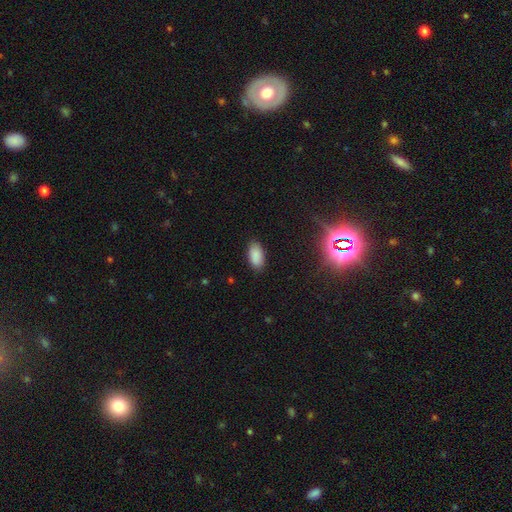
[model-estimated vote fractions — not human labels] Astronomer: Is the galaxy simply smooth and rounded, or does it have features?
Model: smooth — 87%.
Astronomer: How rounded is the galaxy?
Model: in between — 94%.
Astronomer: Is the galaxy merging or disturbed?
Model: none — 86%.